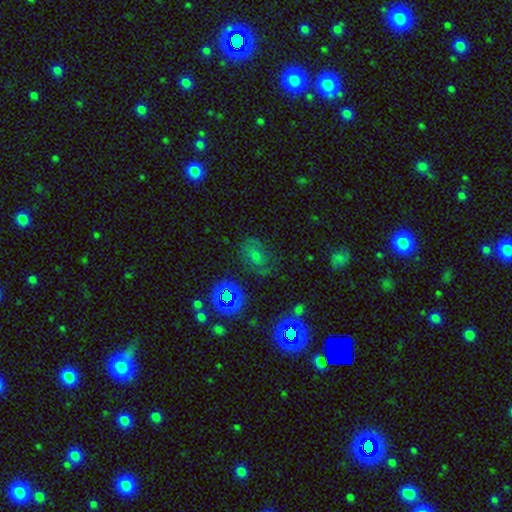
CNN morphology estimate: smooth 50%, star or artifact 30%, featured or disk 20%. Down the decision tree: how rounded — in between (60%); merging — none (70%).